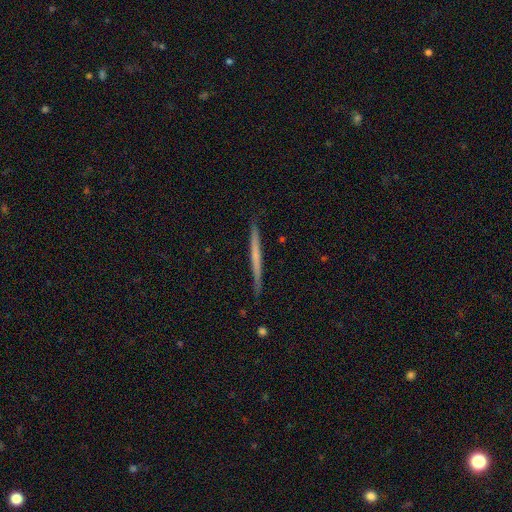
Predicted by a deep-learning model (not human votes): Smooth or featured? featured or disk (53%)
Edge-on disk? yes (98%)
Edge-on bulge? none (86%)
Merging? none (90%)